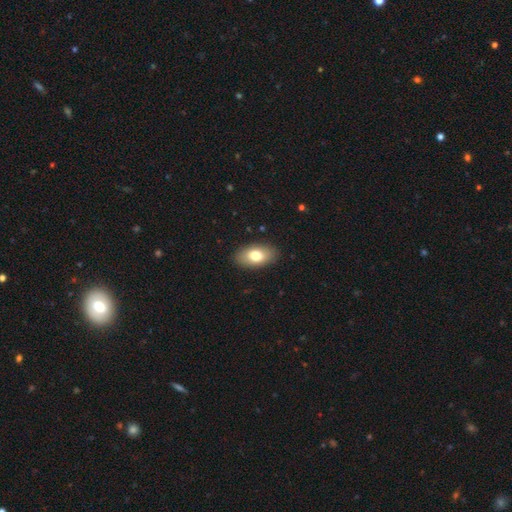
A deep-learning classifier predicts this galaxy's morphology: Smooth or featured: smooth — 76% (featured or disk — 17%)
How rounded: in between — 93% (round — 5%)
Merging: none — 89% (minor disturbance — 8%)